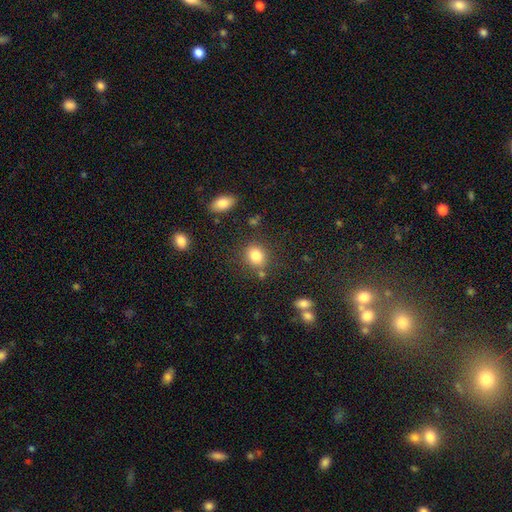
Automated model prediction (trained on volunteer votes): Smooth or featured? Predicted: smooth (p=0.83). How rounded? Predicted: round (p=0.58). Merging? Predicted: none (p=0.76).